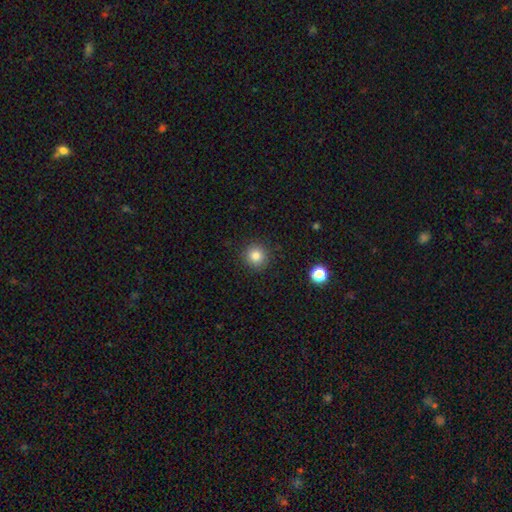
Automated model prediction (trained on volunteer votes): smooth-or-featured: smooth: 82% | star or artifact: 12% | featured or disk: 6%
  how-rounded: round: 94% | in between: 5% | cigar-shaped: 1%
  merging: none: 91% | minor disturbance: 6% | major disturbance: 2% | merger: 1%